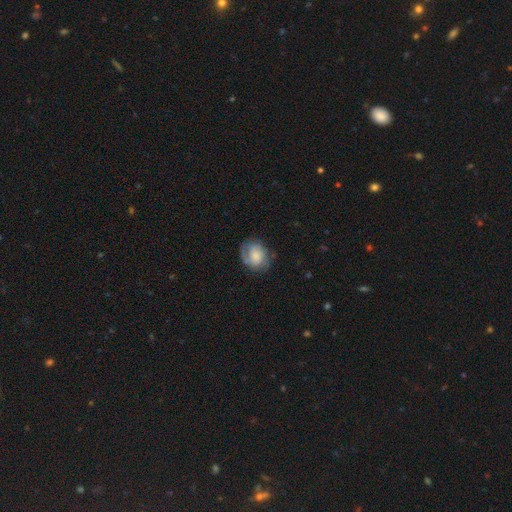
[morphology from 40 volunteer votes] A smooth galaxy with no disk features (50%) that is round (55%).

Vote fractions:
- Smooth or featured? smooth: 50% / featured or disk: 45% / star or artifact: 5%
- How rounded? round: 55% / in between: 45% / cigar-shaped: 0%
- Merging? none: 63% / minor disturbance: 34% / merger: 3% / major disturbance: 0%